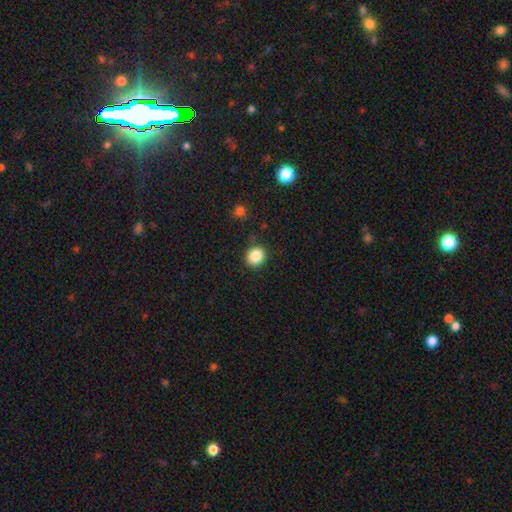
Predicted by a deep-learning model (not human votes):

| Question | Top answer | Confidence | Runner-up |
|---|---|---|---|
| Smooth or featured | smooth | 86% | star or artifact (10%) |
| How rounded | round | 79% | in between (20%) |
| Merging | none | 85% | minor disturbance (10%) |